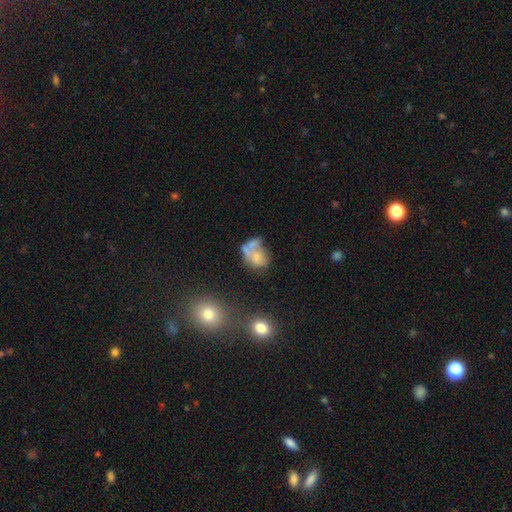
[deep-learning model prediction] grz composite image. It shows a smooth galaxy with no disk features (51%) that is in between round and cigar-shaped (66%). Merging: merger (36%).